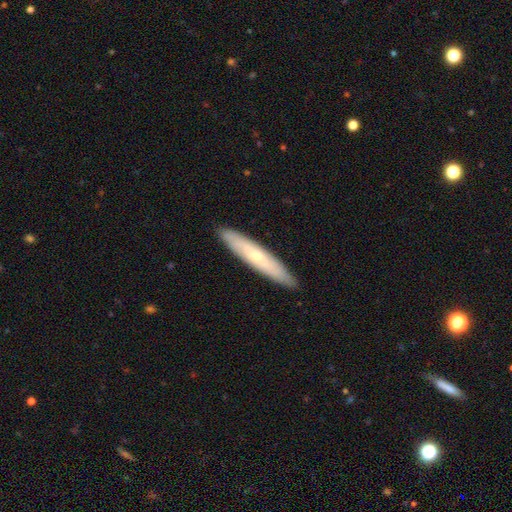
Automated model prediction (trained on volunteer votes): smooth_or_featured: smooth (p=0.48) [alt: featured or disk p=0.46]
merging: none (p=0.89) [alt: minor disturbance p=0.08]